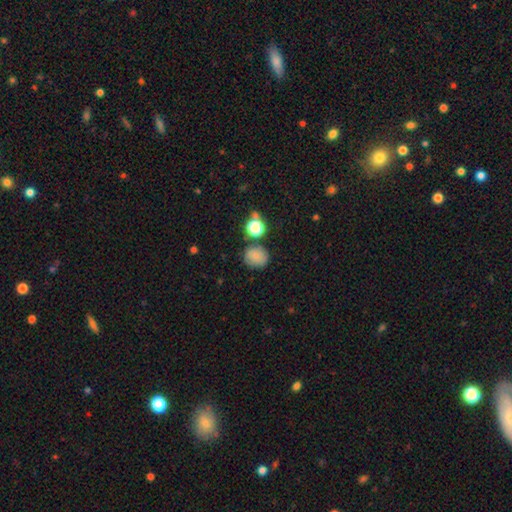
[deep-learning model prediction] A smooth galaxy with no disk features (72%) that is round (76%). Merging: none (71%).